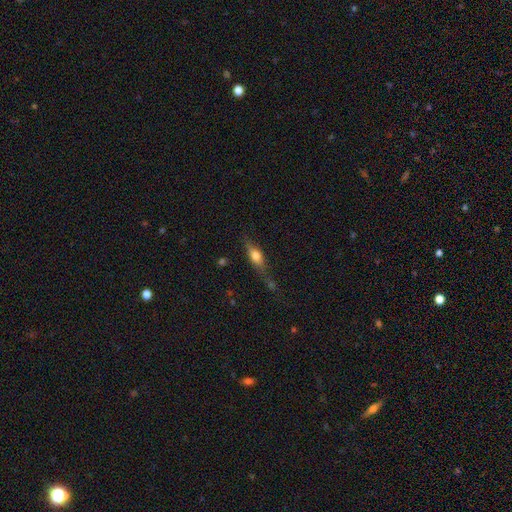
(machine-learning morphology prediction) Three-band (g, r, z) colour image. It shows a smooth galaxy with no disk features (55%) that is in between round and cigar-shaped (51%). Merging: none (55%).